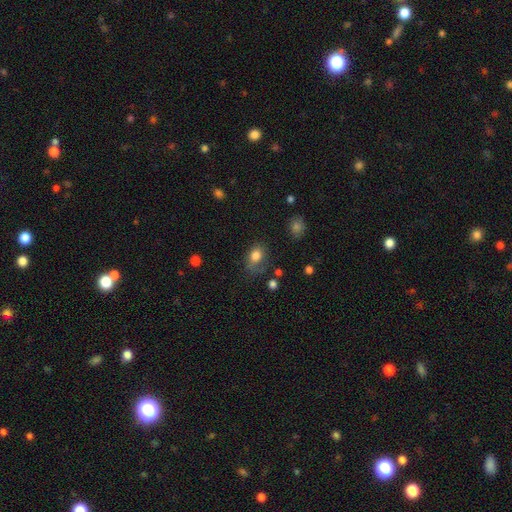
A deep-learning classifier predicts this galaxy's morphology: smooth 79%, featured or disk 11%, star or artifact 10%. Down the decision tree: how rounded — in between (67%); merging — none (52%).